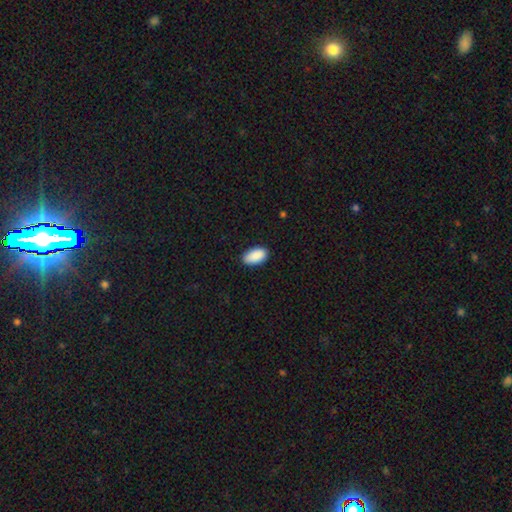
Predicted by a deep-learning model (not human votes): smooth-or-featured: smooth: 91% | star or artifact: 6% | featured or disk: 3%
  how-rounded: in between: 95% | round: 3% | cigar-shaped: 2%
  merging: none: 87% | minor disturbance: 10% | major disturbance: 2% | merger: 1%